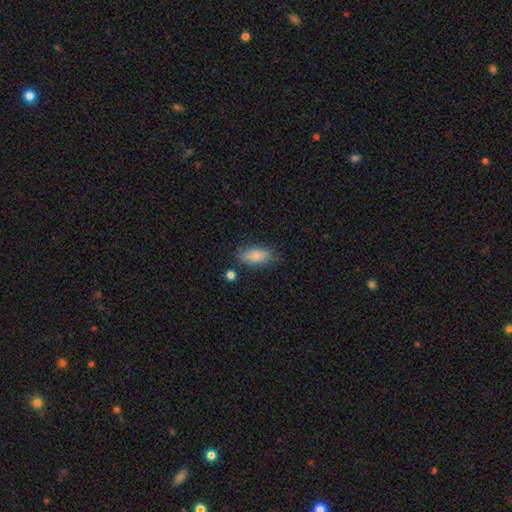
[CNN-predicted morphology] A smooth galaxy with no disk features (84%) that is in between round and cigar-shaped (84%). Merging: none (74%).